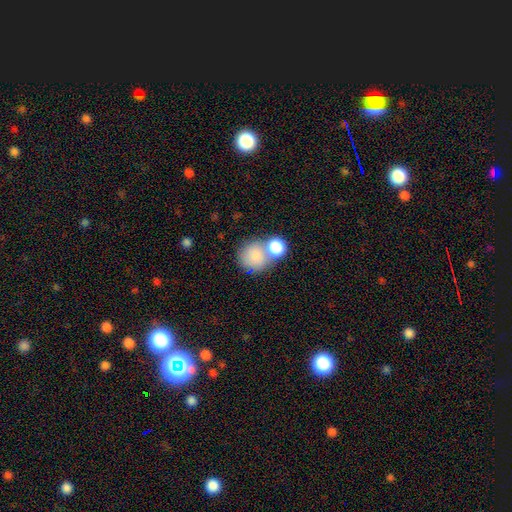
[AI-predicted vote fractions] The model was most divided on "merging": merger: 45%, none: 39%, minor disturbance: 10%, major disturbance: 5%. More confident: how rounded — round (82%); smooth or featured — smooth (81%).